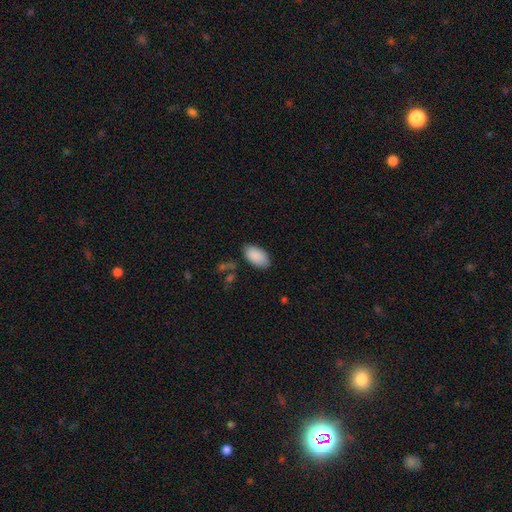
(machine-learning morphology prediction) smooth-or-featured: smooth: 89% | star or artifact: 6% | featured or disk: 4%
  how-rounded: in between: 95% | round: 3% | cigar-shaped: 2%
  merging: none: 82% | minor disturbance: 13% | major disturbance: 3% | merger: 2%